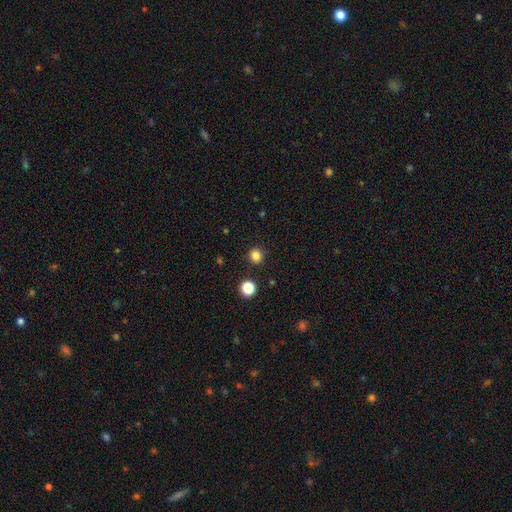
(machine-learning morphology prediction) Smooth or featured? smooth (83%)
How rounded? round (93%)
Merging? none (91%)